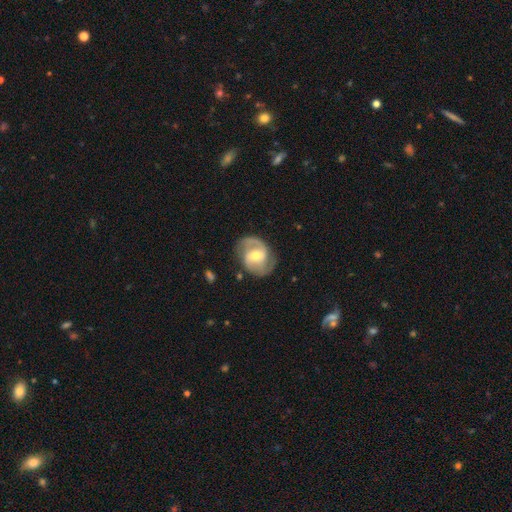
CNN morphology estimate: Smooth or featured?
  - featured or disk: 84% *
  - smooth: 11%
  - star or artifact: 5%
Edge-on disk?
  - no: 98% *
  - yes: 2%
Bar?
  - weak: 47% *
  - no: 27%
  - strong: 26%
Spiral arms?
  - yes: 95% *
  - no: 5%
Spiral winding?
  - medium: 53% *
  - tight: 28%
  - loose: 19%
Spiral arm count?
  - 2: 89% *
  - can't tell: 5%
  - 1: 2%
  - 3: 2%
  - 4: 1%
  - more than 4: 1%
Bulge size?
  - moderate: 62% *
  - small: 32%
  - large: 4%
  - none: 1%
  - dominant: 1%
Merging?
  - none: 78% *
  - minor disturbance: 15%
  - major disturbance: 6%
  - merger: 1%